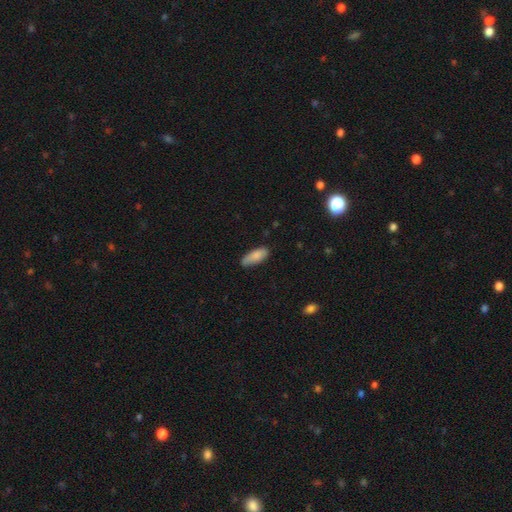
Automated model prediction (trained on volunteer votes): smooth_or_featured: smooth (p=0.83) [alt: featured or disk p=0.11]
how_rounded: in between (p=0.75) [alt: cigar-shaped p=0.23]
merging: none (p=0.71) [alt: minor disturbance p=0.23]